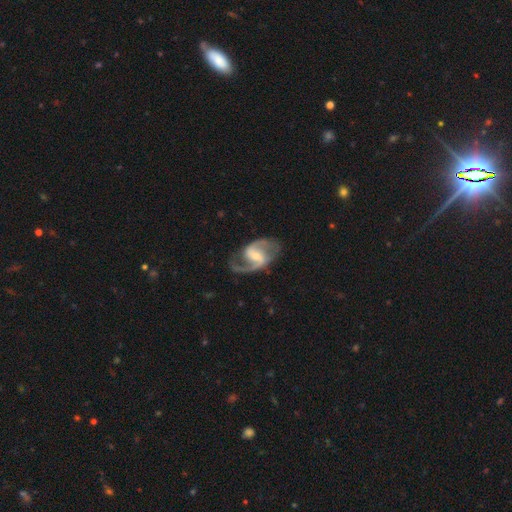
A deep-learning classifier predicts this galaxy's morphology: featured or disk 91%, smooth 5%, star or artifact 4%. Down the decision tree: edge-on disk — no (98%); bar — weak (49%); spiral arms — yes (97%); spiral arm count — 2 (92%); spiral winding — medium (53%); bulge size — small (52%); merging — none (77%).